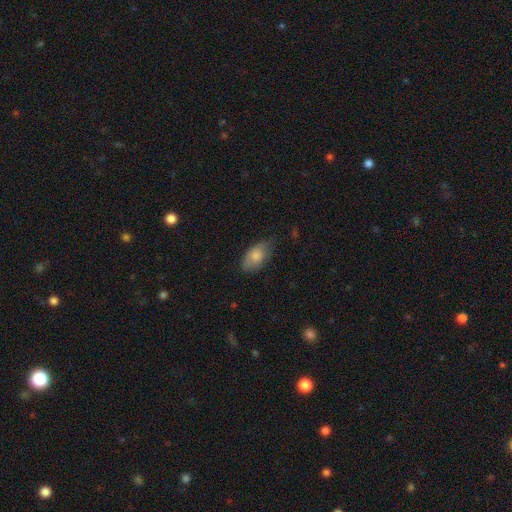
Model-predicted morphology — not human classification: Smooth or featured? Predicted: smooth (p=0.80). How rounded? Predicted: in between (p=0.92). Merging? Predicted: none (p=0.59).